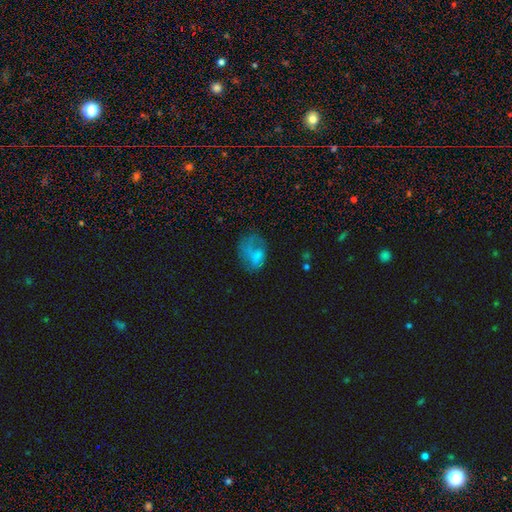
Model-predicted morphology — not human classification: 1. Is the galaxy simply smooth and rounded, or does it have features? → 60% smooth, 29% featured or disk, 11% star or artifact.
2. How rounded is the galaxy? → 73% in between, 25% round, 1% cigar-shaped.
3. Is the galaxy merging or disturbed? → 37% major disturbance, 32% none, 26% minor disturbance, 4% merger.